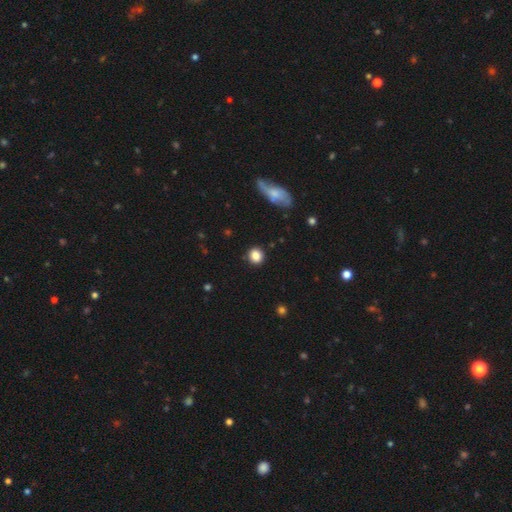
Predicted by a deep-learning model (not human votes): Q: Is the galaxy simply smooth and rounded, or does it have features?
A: smooth — 85%.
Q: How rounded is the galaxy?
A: round — 85%.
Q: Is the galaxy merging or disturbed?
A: none — 89%.